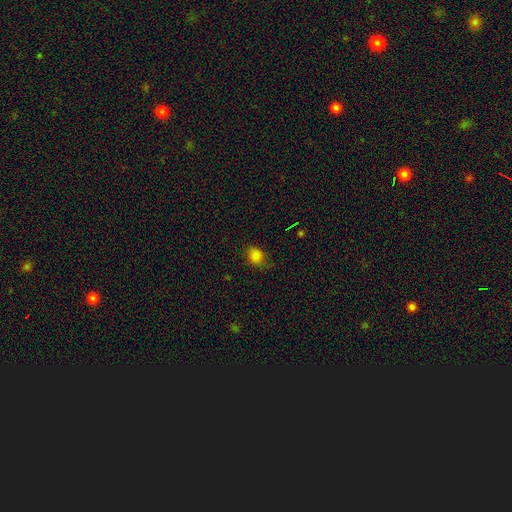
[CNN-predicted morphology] Smooth or featured? smooth (81%)
How rounded? round (58%)
Merging? none (74%)